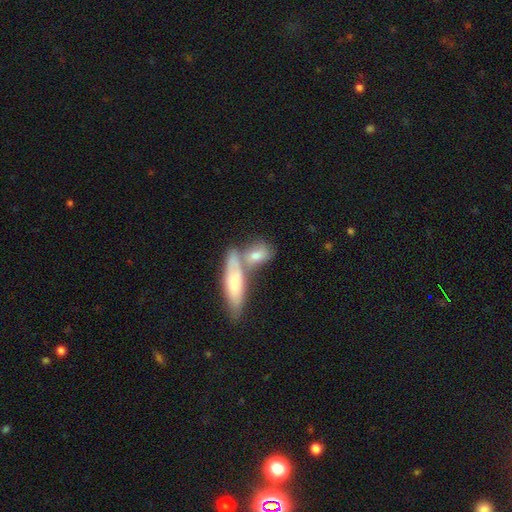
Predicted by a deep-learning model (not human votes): Smooth or featured?
  - smooth: 69% *
  - featured or disk: 24%
  - star or artifact: 7%
How rounded?
  - in between: 58% *
  - cigar-shaped: 29%
  - round: 13%
Merging?
  - merger: 43% *
  - none: 41%
  - minor disturbance: 12%
  - major disturbance: 5%